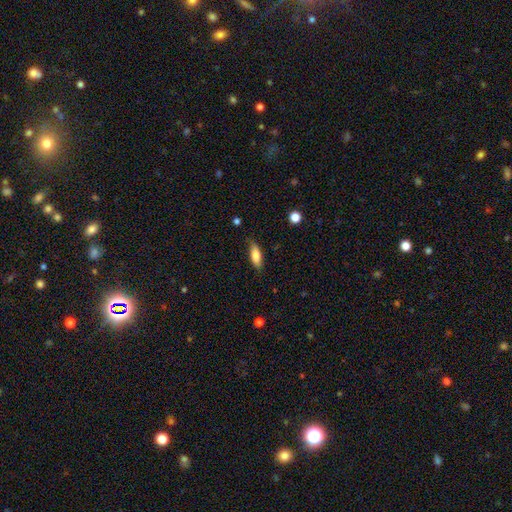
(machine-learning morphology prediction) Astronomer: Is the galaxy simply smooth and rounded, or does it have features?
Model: smooth — 80%.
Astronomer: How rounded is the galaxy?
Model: in between — 67%.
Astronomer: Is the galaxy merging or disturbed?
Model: none — 80%.